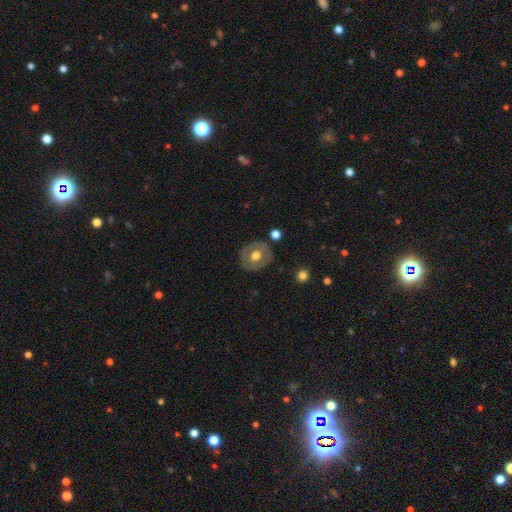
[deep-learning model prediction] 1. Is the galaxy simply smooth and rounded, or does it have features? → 49% featured or disk, 45% smooth, 6% star or artifact.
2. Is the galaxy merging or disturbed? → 82% none, 12% minor disturbance, 4% major disturbance, 2% merger.